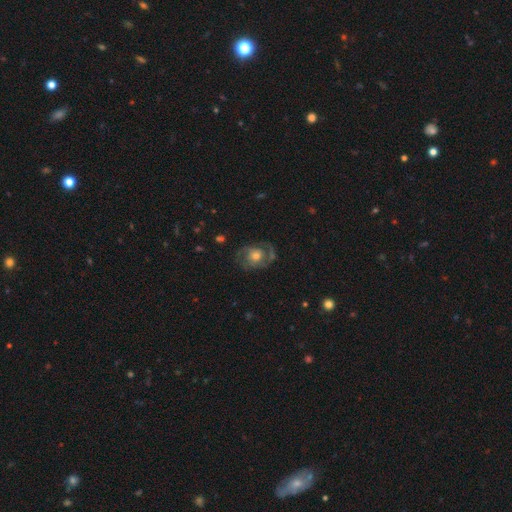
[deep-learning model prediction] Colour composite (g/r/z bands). It shows a featured or disk galaxy (75%) with no bar (76%), 2 (58%) medium (48%) spiral arms (89%) and a moderate central bulge (64%). Merging: none (65%).